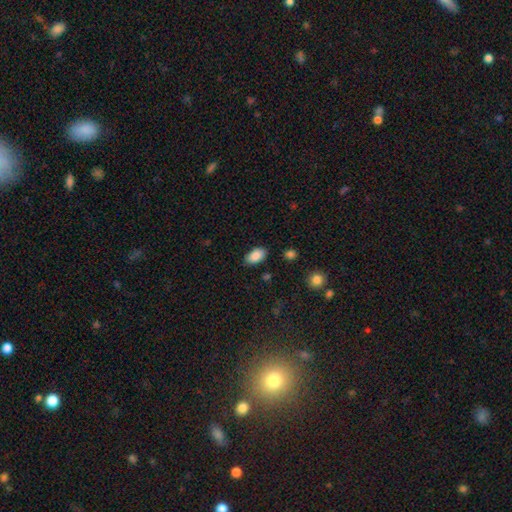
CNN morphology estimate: Smooth or featured? Predicted: smooth (p=0.88). How rounded? Predicted: in between (p=0.93). Merging? Predicted: none (p=0.85).